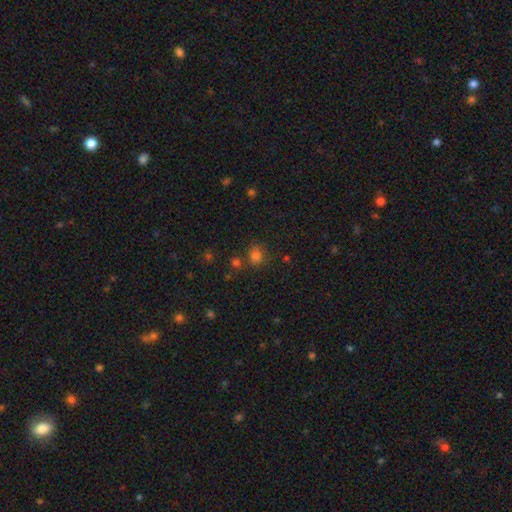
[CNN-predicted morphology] The model was most divided on "how rounded": round: 73%, in between: 26%, cigar-shaped: 1%. More confident: smooth or featured — smooth (75%); merging — none (71%).